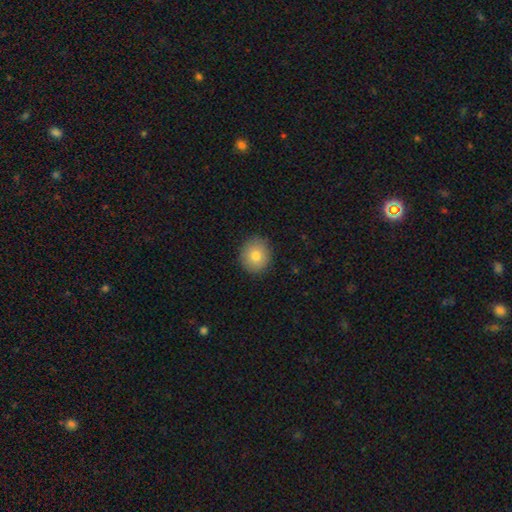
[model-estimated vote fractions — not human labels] A smooth galaxy with no disk features (81%) that is round (85%). Merging: none (89%).